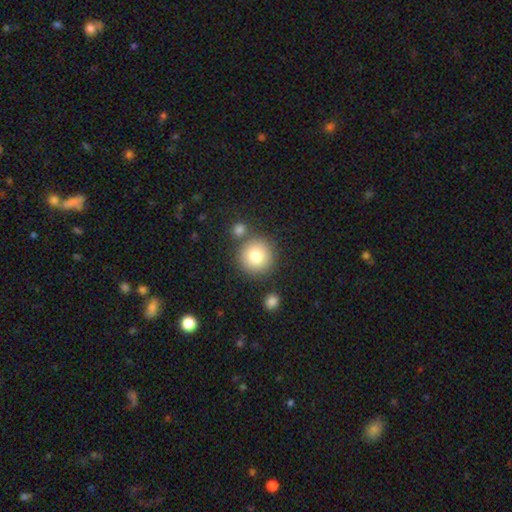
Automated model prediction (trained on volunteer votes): This appears to be a smooth galaxy with no disk features (80%) that is round (94%). Merging: none (77%).